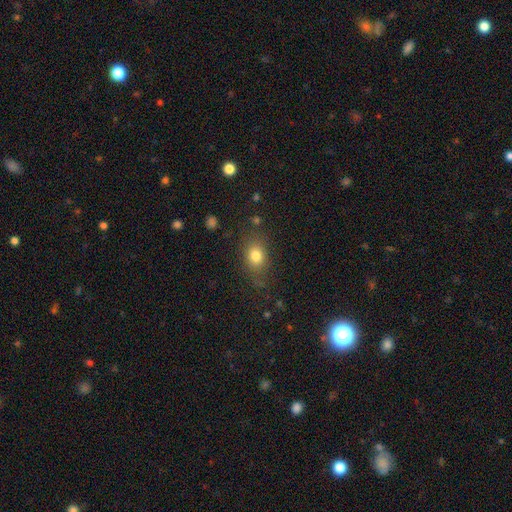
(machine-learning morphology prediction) Q: Smooth or featured?
A: smooth (79%); runner-up: star or artifact (12%)
Q: How rounded?
A: in between (57%); runner-up: round (41%)
Q: Merging?
A: none (76%); runner-up: minor disturbance (16%)